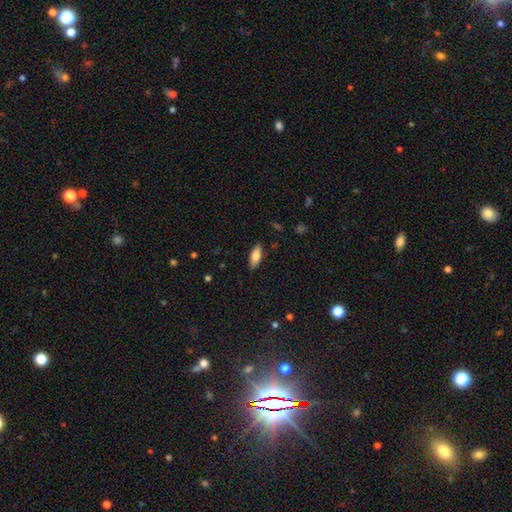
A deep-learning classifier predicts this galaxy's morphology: Smooth or featured: smooth — 79% (featured or disk — 15%)
How rounded: in between — 79% (cigar-shaped — 19%)
Merging: none — 87% (minor disturbance — 10%)